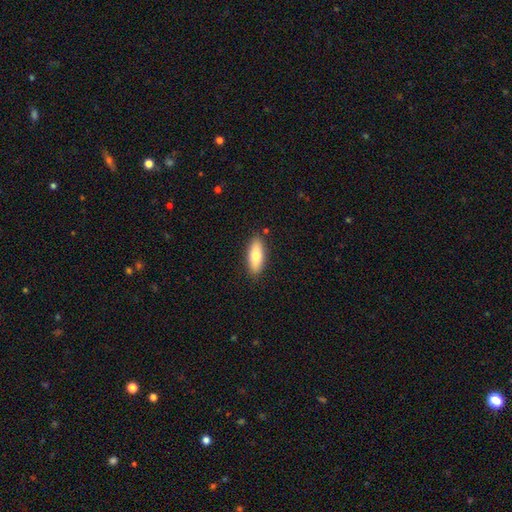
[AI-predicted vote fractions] Smooth or featured?
  - smooth: 73% *
  - featured or disk: 20%
  - star or artifact: 6%
How rounded?
  - in between: 69% *
  - cigar-shaped: 29%
  - round: 2%
Merging?
  - none: 87% *
  - minor disturbance: 9%
  - major disturbance: 2%
  - merger: 2%